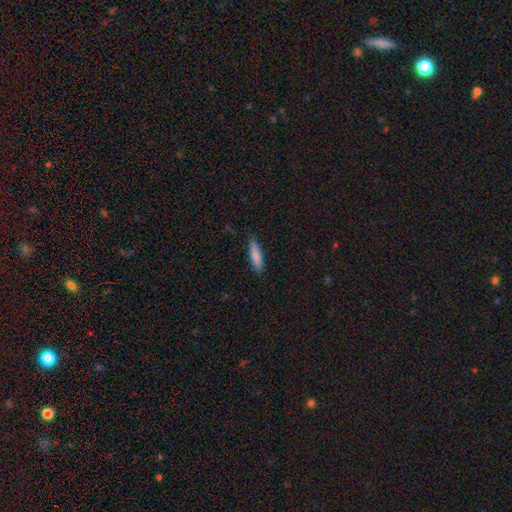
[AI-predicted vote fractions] Smooth or featured?
  - smooth: 83% *
  - featured or disk: 11%
  - star or artifact: 6%
How rounded?
  - cigar-shaped: 72% *
  - in between: 26%
  - round: 1%
Merging?
  - none: 84% *
  - minor disturbance: 12%
  - major disturbance: 2%
  - merger: 1%